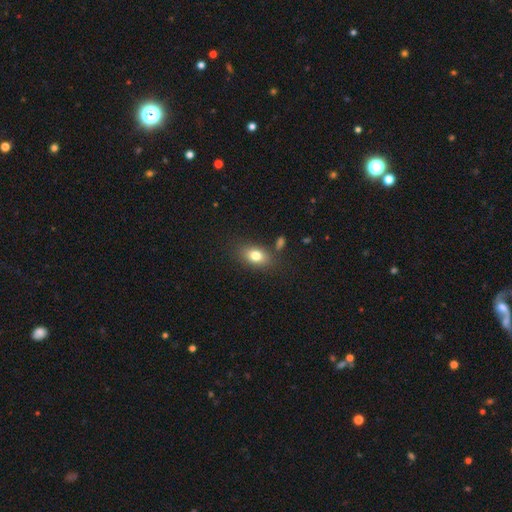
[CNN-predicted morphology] Smooth or featured: smooth — 78% (featured or disk — 12%)
How rounded: in between — 81% (round — 17%)
Merging: none — 77% (minor disturbance — 13%)